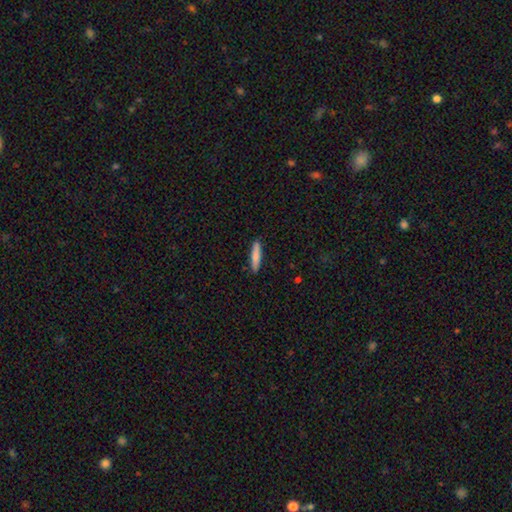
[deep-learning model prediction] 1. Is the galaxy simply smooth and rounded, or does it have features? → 81% smooth, 13% featured or disk, 6% star or artifact.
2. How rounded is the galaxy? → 87% cigar-shaped, 12% in between, 1% round.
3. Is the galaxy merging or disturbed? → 90% none, 8% minor disturbance, 2% major disturbance, 1% merger.